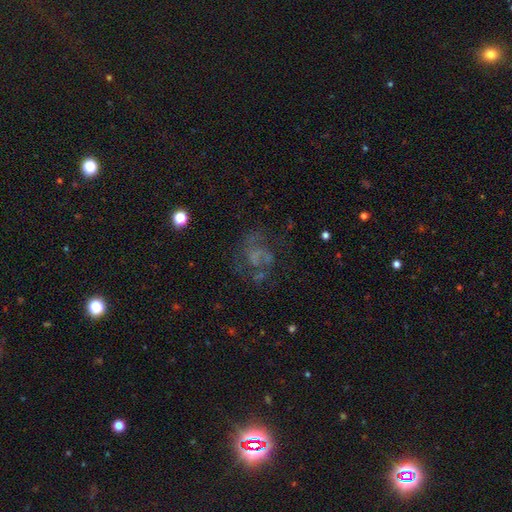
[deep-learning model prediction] This appears to be a featured or disk galaxy (56%) with no bar (79%), spiral arms (52%) and no central bulge (66%). Merging: none (50%).